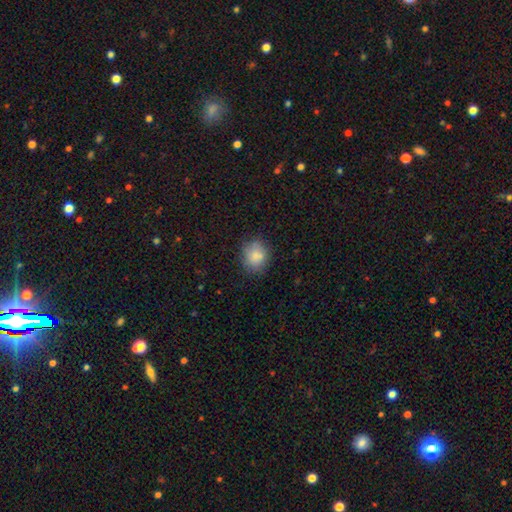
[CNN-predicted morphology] Overall: smooth (83%). How rounded: round (69%; in between 30%). Merging: none (76%).